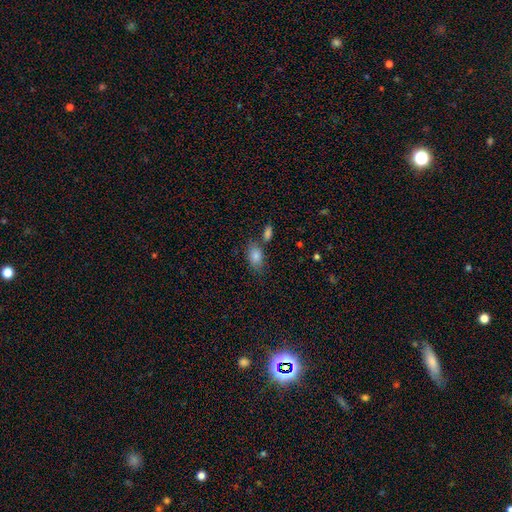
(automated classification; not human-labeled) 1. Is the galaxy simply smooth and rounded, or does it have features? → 81% smooth, 9% featured or disk, 9% star or artifact.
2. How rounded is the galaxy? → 88% in between, 9% round, 3% cigar-shaped.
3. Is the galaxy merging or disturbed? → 64% none, 16% merger, 15% minor disturbance, 4% major disturbance.